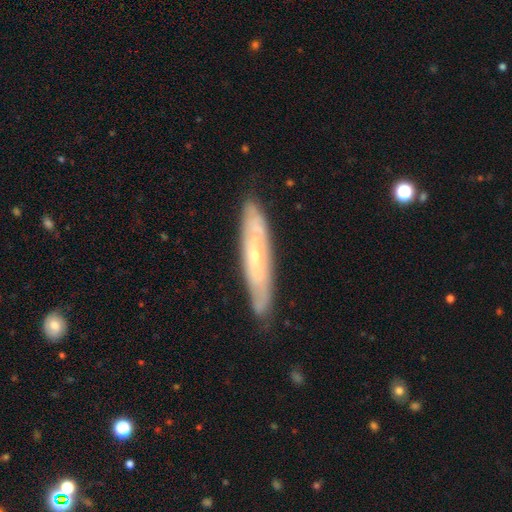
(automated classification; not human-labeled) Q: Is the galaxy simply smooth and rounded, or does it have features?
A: featured or disk — 66%.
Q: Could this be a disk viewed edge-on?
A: yes — 51%.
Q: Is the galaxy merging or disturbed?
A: none — 81%.